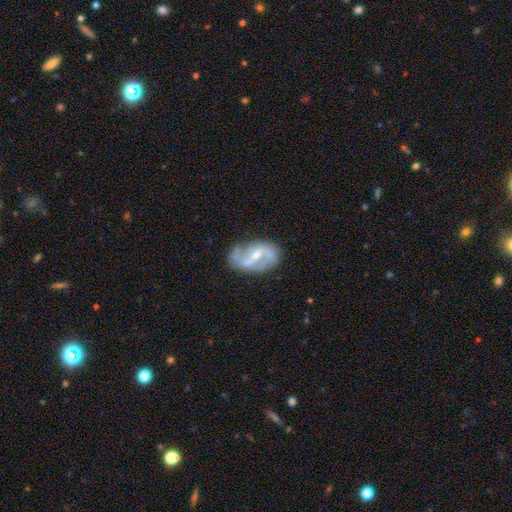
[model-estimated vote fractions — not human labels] Q: Smooth or featured?
A: featured or disk (84%); runner-up: smooth (11%)
Q: Edge-on disk?
A: no (97%); runner-up: yes (3%)
Q: Bar?
A: weak (48%); runner-up: strong (31%)
Q: Spiral arms?
A: yes (90%); runner-up: no (10%)
Q: Spiral winding?
A: loose (47%); runner-up: medium (39%)
Q: Spiral arm count?
A: 2 (86%); runner-up: can't tell (6%)
Q: Bulge size?
A: moderate (49%); runner-up: small (47%)
Q: Merging?
A: none (68%); runner-up: minor disturbance (21%)